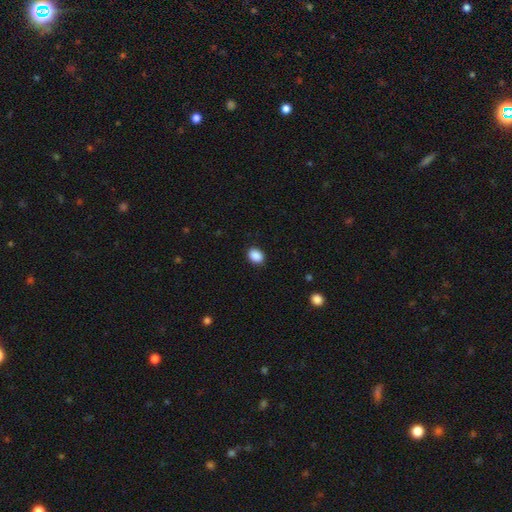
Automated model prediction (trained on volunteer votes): smooth-or-featured: smooth: 89% | star or artifact: 8% | featured or disk: 2%
  how-rounded: in between: 61% | round: 38% | cigar-shaped: 1%
  merging: none: 89% | minor disturbance: 8% | major disturbance: 2% | merger: 1%